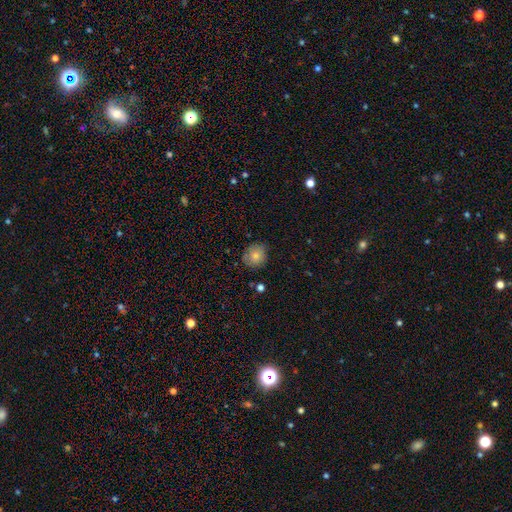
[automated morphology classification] The model was most divided on "how rounded": round: 81%, in between: 18%, cigar-shaped: 1%. More confident: merging — none (80%); smooth or featured — smooth (79%).